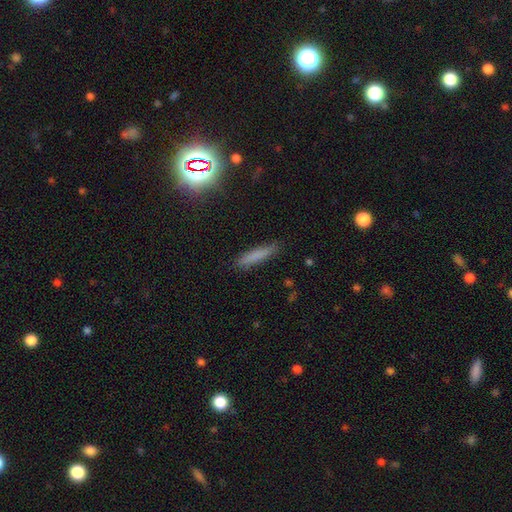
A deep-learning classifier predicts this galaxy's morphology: This is likely a smooth galaxy (76%). How rounded: clearly cigar-shaped (85%). Merging: clearly none (83%).